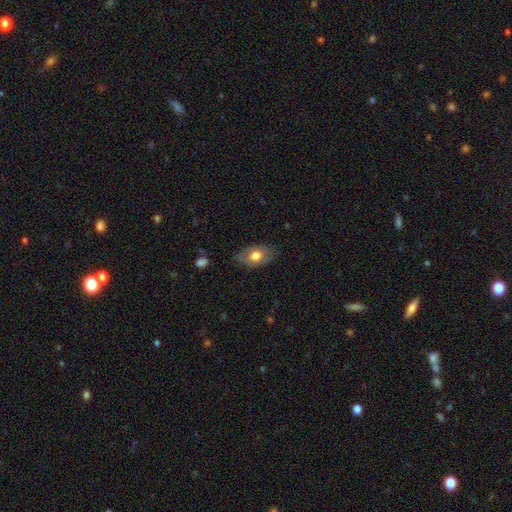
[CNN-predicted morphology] Smooth or featured? smooth (63%)
How rounded? in between (90%)
Merging? none (75%)